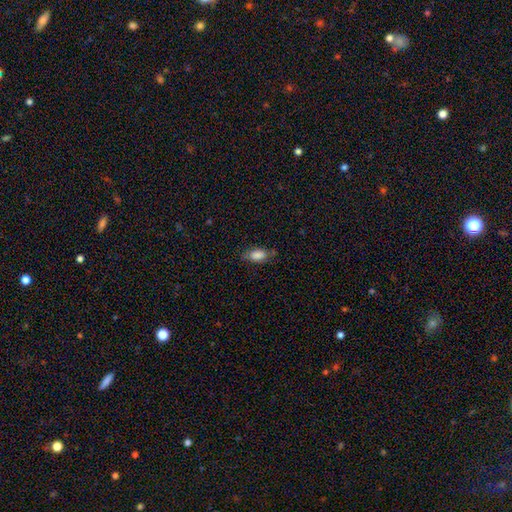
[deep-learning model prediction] A smooth galaxy with no disk features (86%) that is in between round and cigar-shaped (89%). Merging: none (71%).